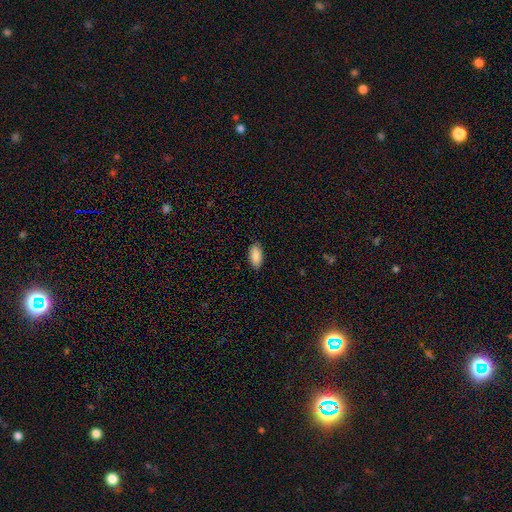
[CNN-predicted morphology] smooth 89%, star or artifact 7%, featured or disk 4%. Down the decision tree: how rounded — in between (92%); merging — none (87%).